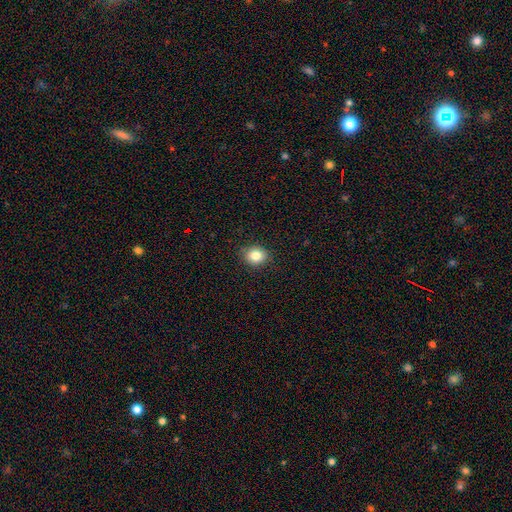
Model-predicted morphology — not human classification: A smooth galaxy with no disk features (84%) that is round (67%).

Vote fractions:
- Smooth or featured? smooth: 84% / star or artifact: 10% / featured or disk: 6%
- How rounded? round: 67% / in between: 32% / cigar-shaped: 1%
- Merging? none: 88% / minor disturbance: 9% / major disturbance: 2% / merger: 1%